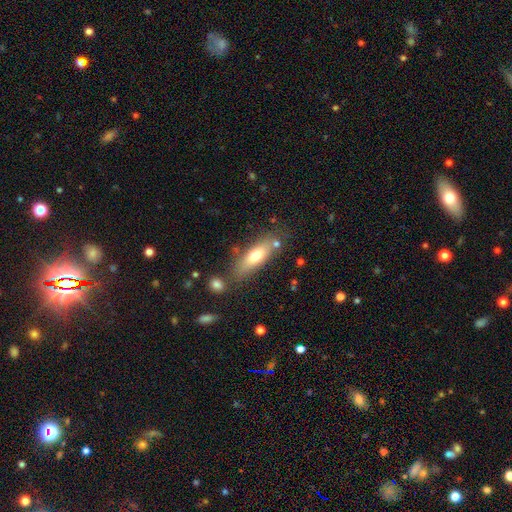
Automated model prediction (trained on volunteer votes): A smooth galaxy with no disk features (68%) that is in between round and cigar-shaped (54%).

Vote fractions:
- Smooth or featured? smooth: 68% / featured or disk: 25% / star or artifact: 7%
- How rounded? in between: 54% / cigar-shaped: 44% / round: 3%
- Merging? none: 73% / minor disturbance: 15% / merger: 8% / major disturbance: 5%